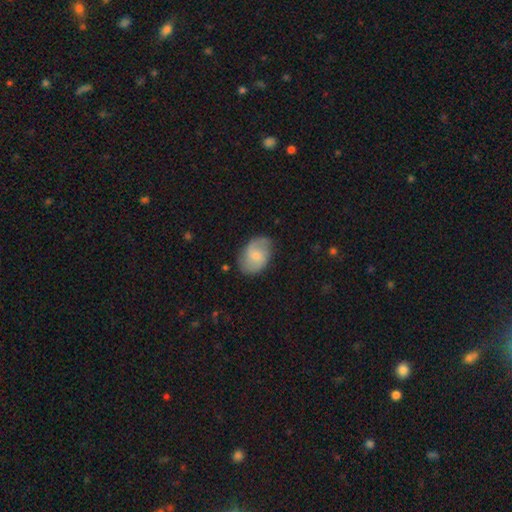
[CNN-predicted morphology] A featured or disk galaxy (54%) with no bar (47%), spiral arms (87%) and a small central bulge (53%).

Vote fractions:
- Smooth or featured? featured or disk: 54% / smooth: 40% / star or artifact: 7%
- Edge-on disk? no: 97% / yes: 3%
- Bar? no: 47% / weak: 45% / strong: 8%
- Spiral arms? yes: 87% / no: 13%
- Bulge size? small: 53% / moderate: 35% / none: 8% / large: 3% / dominant: 1%
- Merging? none: 74% / minor disturbance: 18% / major disturbance: 6% / merger: 2%